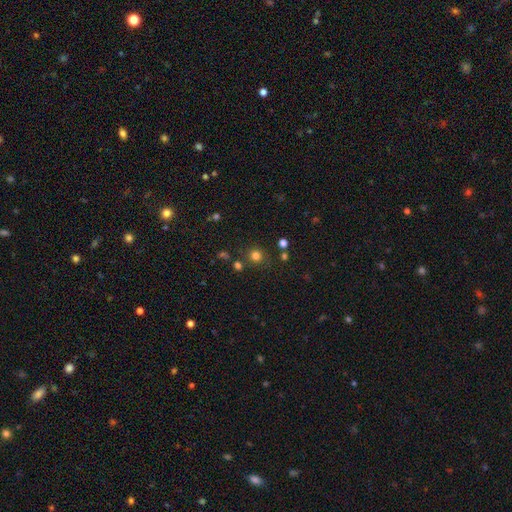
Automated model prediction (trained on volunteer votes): Morphology: type=smooth (77%); roundness=round (91%); merging=none (81%).